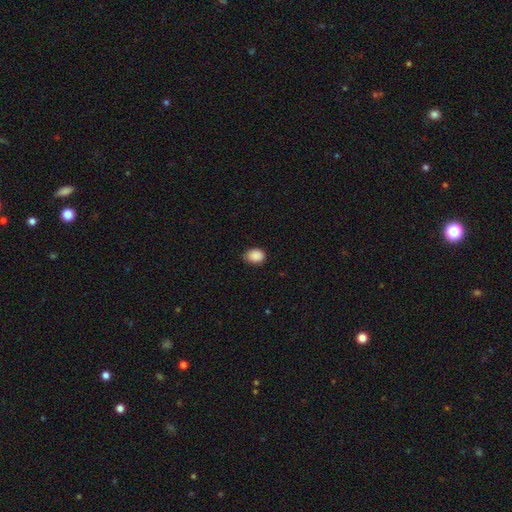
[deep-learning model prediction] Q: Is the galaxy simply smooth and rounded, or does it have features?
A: smooth — 89%.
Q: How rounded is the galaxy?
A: in between — 59%.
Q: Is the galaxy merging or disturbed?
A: none — 74%.